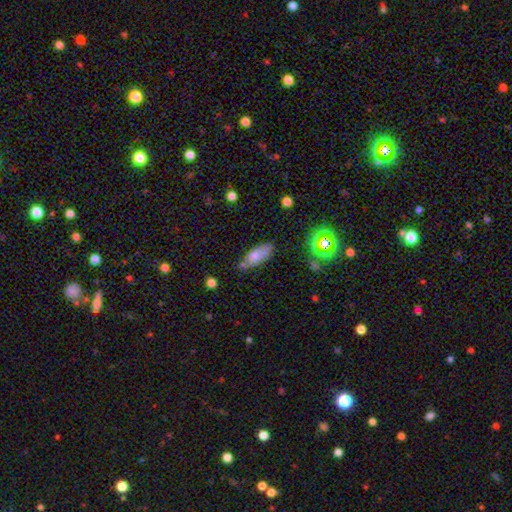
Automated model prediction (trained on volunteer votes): This appears to be a smooth galaxy with no disk features (74%) that is in between round and cigar-shaped (76%). Merging: none (59%).